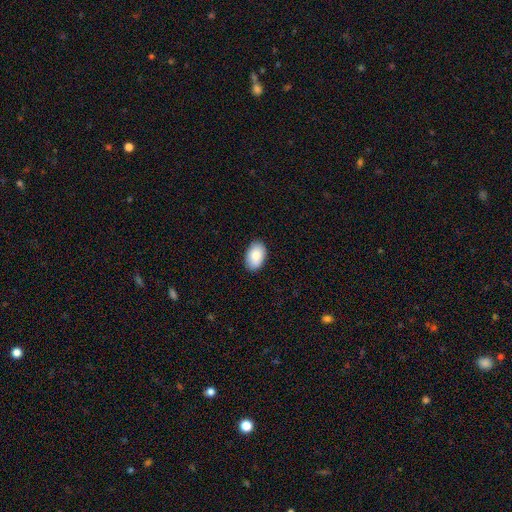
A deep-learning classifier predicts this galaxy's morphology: A smooth galaxy with no disk features (87%) that is in between round and cigar-shaped (92%). Merging: none (89%).